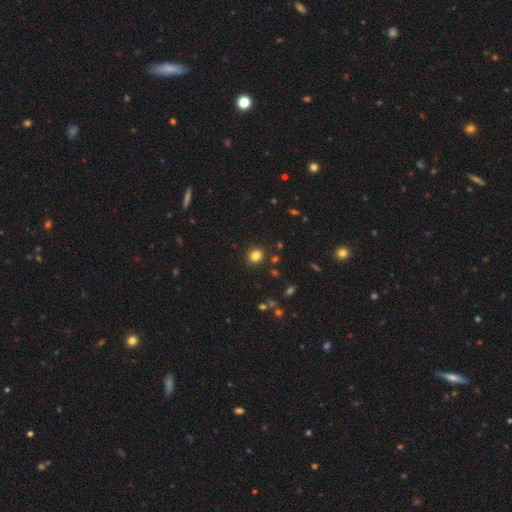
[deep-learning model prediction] This appears to be a smooth galaxy with no disk features (81%) that is round (88%). Merging: none (89%).